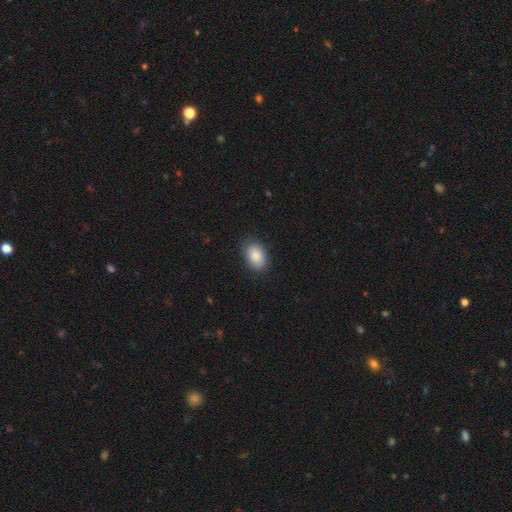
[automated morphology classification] A smooth galaxy with no disk features (87%) that is in between round and cigar-shaped (86%).

Vote fractions:
- Smooth or featured? smooth: 87% / star or artifact: 7% / featured or disk: 6%
- How rounded? in between: 86% / round: 13% / cigar-shaped: 1%
- Merging? none: 85% / minor disturbance: 11% / major disturbance: 3% / merger: 1%